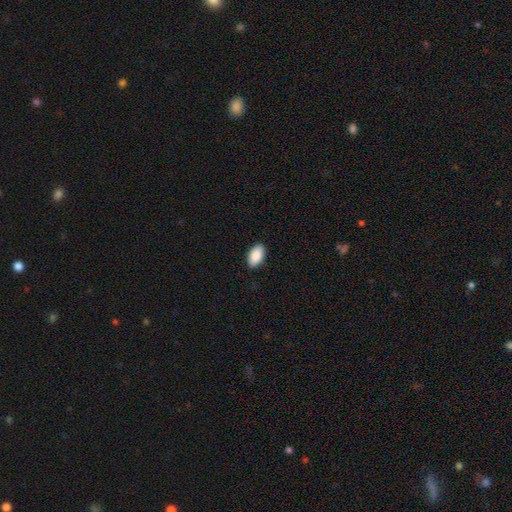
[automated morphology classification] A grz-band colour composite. It shows a smooth galaxy with no disk features (88%) that is in between round and cigar-shaped (95%). Merging: none (90%).